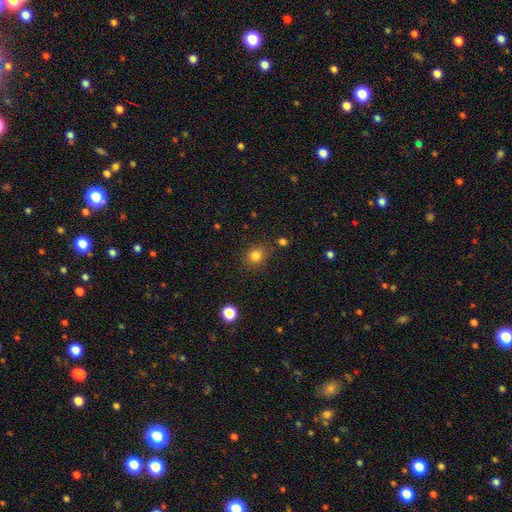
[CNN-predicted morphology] The model was most divided on "how rounded": round: 79%, in between: 20%, cigar-shaped: 1%. More confident: smooth or featured — smooth (83%); merging — none (81%).